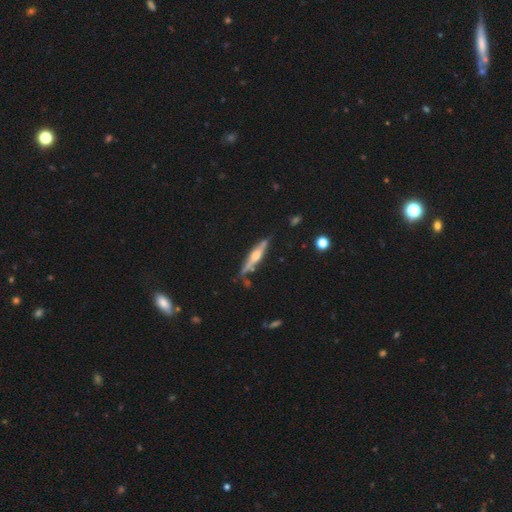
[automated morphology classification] featured or disk 69%, smooth 25%, star or artifact 6%. Down the decision tree: edge-on disk — yes (95%); edge-on bulge — rounded (86%); merging — none (77%).